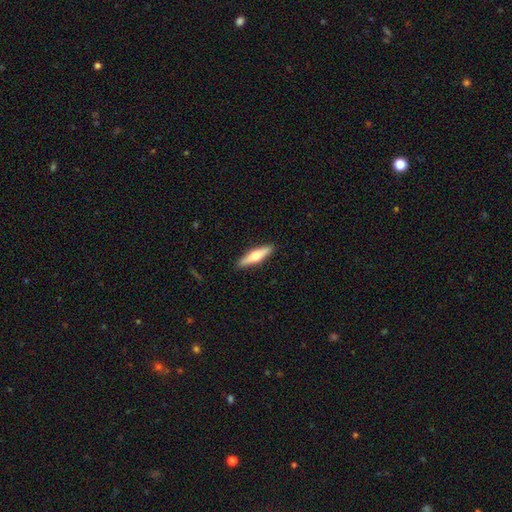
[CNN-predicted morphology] This appears to be a smooth galaxy with no disk features (53%) that is cigar-shaped (75%). Merging: none (90%).